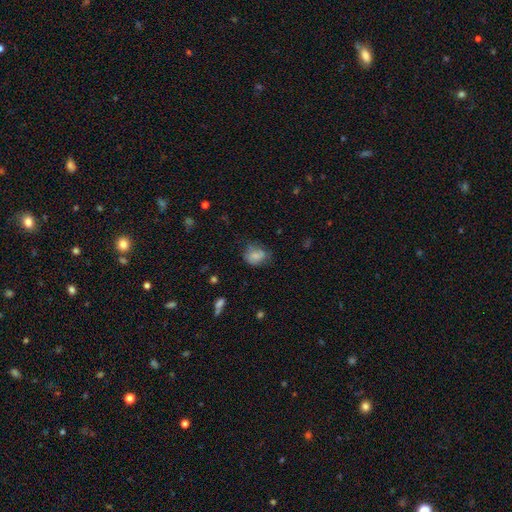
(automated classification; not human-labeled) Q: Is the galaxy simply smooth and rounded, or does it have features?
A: smooth — 73%.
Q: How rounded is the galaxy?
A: in between — 50%.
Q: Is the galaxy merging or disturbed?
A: none — 52%.